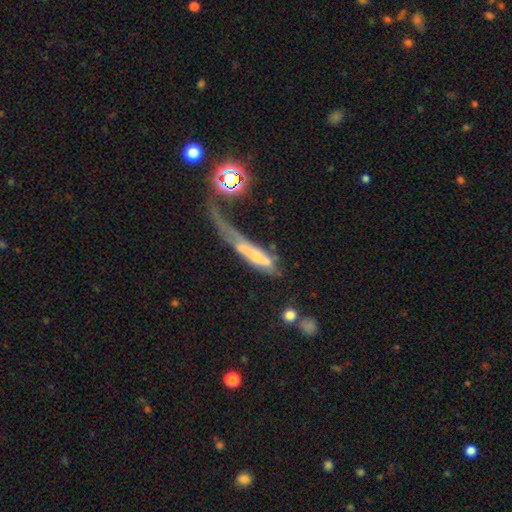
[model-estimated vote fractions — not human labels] smooth_or_featured: smooth (p=0.45) [alt: featured or disk p=0.44]
merging: major disturbance (p=0.52) [alt: merger p=0.17]